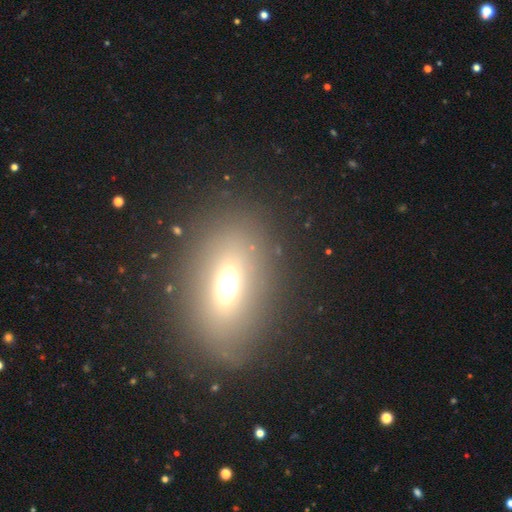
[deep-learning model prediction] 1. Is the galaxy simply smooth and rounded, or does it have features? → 58% smooth, 21% featured or disk, 20% star or artifact.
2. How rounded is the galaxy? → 77% in between, 17% round, 7% cigar-shaped.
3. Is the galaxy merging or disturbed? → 85% none, 9% minor disturbance, 4% major disturbance, 2% merger.